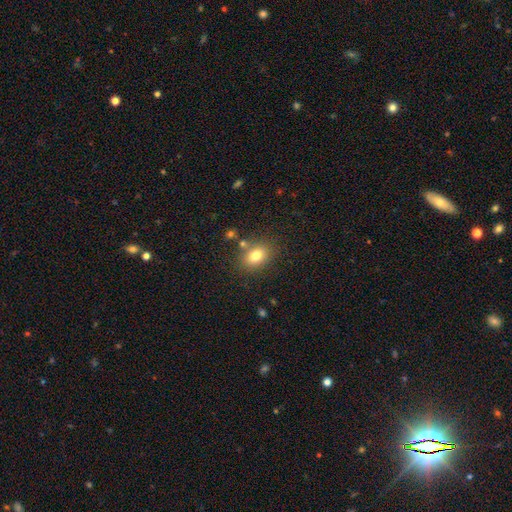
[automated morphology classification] smooth_or_featured: smooth (p=0.79) [alt: featured or disk p=0.11]
how_rounded: in between (p=0.73) [alt: round p=0.25]
merging: none (p=0.76) [alt: minor disturbance p=0.12]